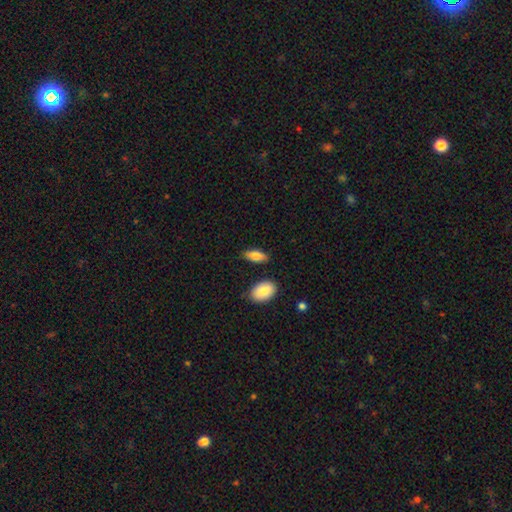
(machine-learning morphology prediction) smooth_or_featured: smooth (p=0.81) [alt: featured or disk p=0.12]
how_rounded: in between (p=0.83) [alt: cigar-shaped p=0.14]
merging: none (p=0.81) [alt: minor disturbance p=0.13]